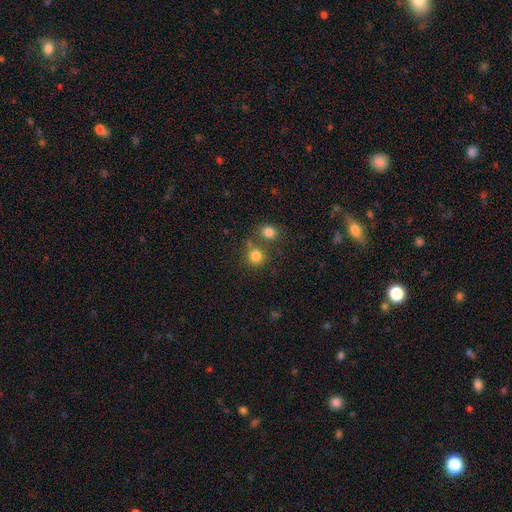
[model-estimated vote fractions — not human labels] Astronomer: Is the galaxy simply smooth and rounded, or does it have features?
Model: smooth — 81%.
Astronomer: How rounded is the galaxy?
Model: round — 88%.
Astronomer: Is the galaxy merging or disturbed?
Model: none — 64%.